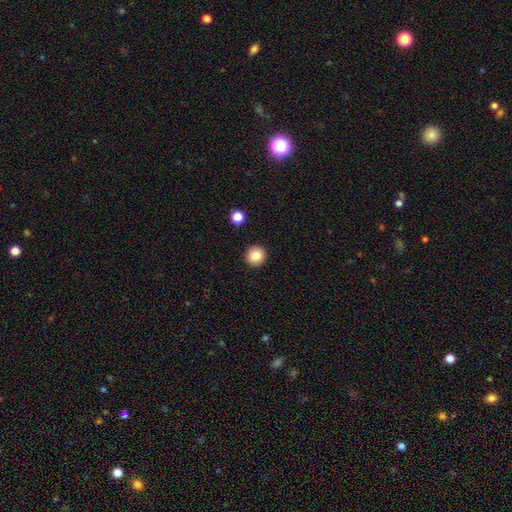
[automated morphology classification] Q: Smooth or featured?
A: smooth (84%); runner-up: star or artifact (10%)
Q: How rounded?
A: round (94%); runner-up: in between (5%)
Q: Merging?
A: none (93%); runner-up: minor disturbance (4%)